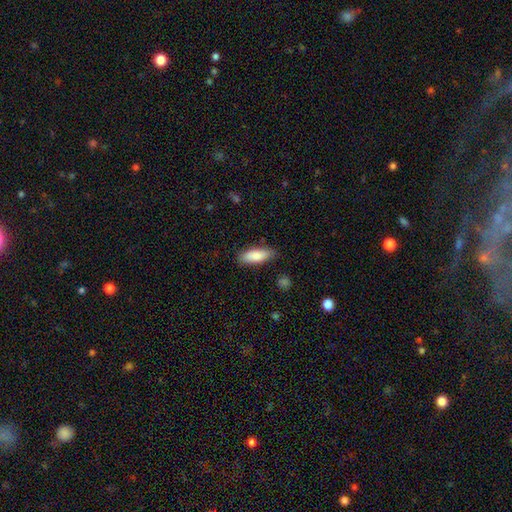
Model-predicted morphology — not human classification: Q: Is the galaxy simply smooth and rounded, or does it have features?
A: smooth — 84%.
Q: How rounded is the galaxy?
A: in between — 67%.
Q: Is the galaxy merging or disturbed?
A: none — 83%.